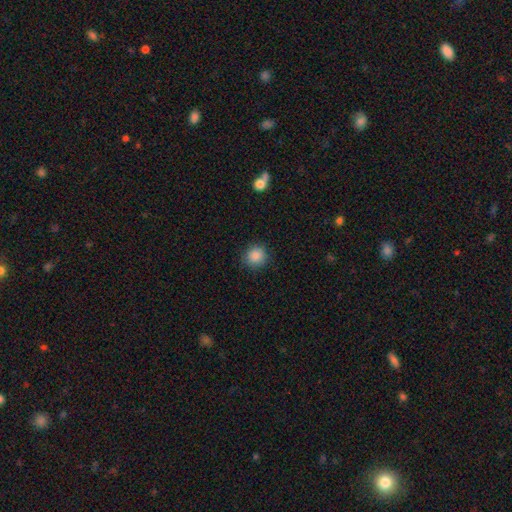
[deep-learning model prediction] Smooth or featured? smooth (87%)
How rounded? round (91%)
Merging? none (89%)